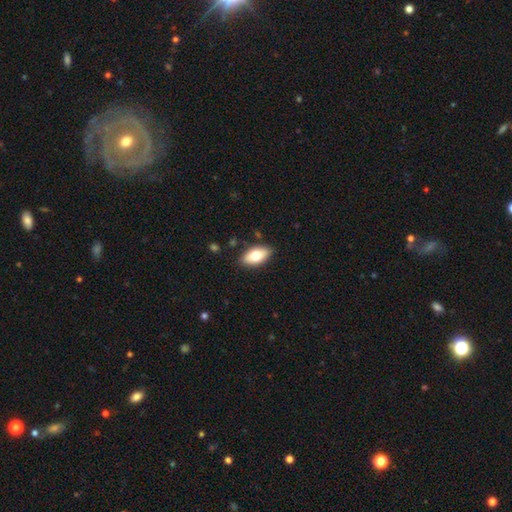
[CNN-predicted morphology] smooth 74%, featured or disk 19%, star or artifact 7%. Down the decision tree: how rounded — in between (91%); merging — none (86%).